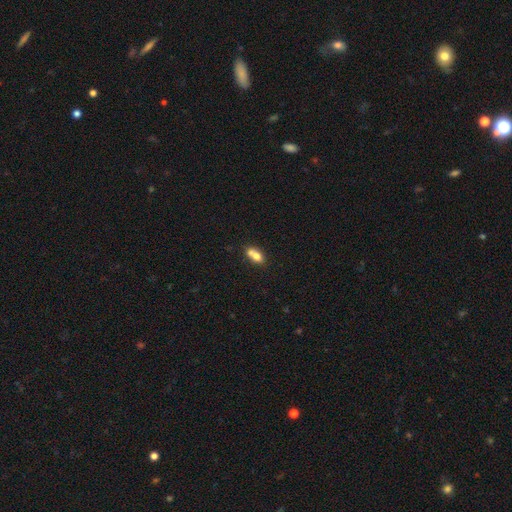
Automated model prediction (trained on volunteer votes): smooth_or_featured: smooth (p=0.70) [alt: featured or disk p=0.21]
how_rounded: in between (p=0.77) [alt: round p=0.15]
merging: merger (p=0.45) [alt: none p=0.37]